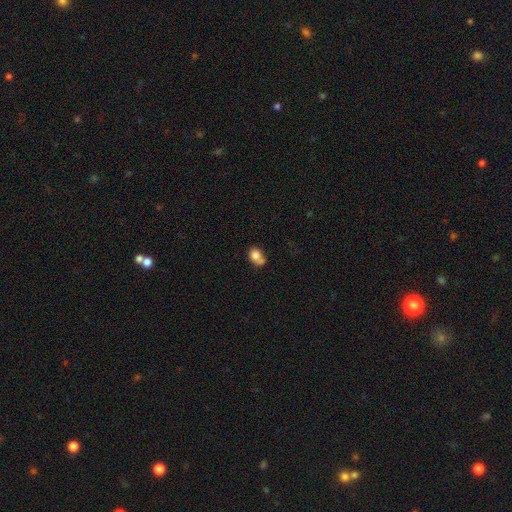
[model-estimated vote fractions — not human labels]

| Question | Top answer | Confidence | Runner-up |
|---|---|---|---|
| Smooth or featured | smooth | 79% | featured or disk (12%) |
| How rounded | in between | 71% | round (28%) |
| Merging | none | 40% | minor disturbance (29%) |